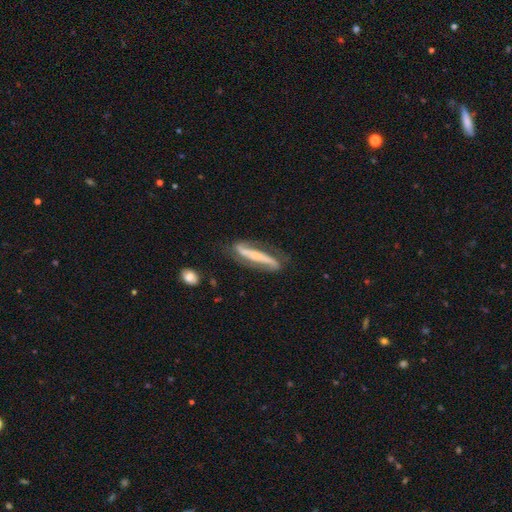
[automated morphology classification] Smooth or featured?
  - featured or disk: 79% *
  - smooth: 15%
  - star or artifact: 6%
Edge-on disk?
  - no: 66% *
  - yes: 34%
Bar?
  - strong: 56% *
  - no: 25%
  - weak: 20%
Spiral arms?
  - yes: 92% *
  - no: 8%
Bulge size?
  - small: 62% *
  - moderate: 28%
  - none: 6%
  - large: 3%
  - dominant: 2%
Merging?
  - none: 72% *
  - minor disturbance: 19%
  - major disturbance: 7%
  - merger: 2%